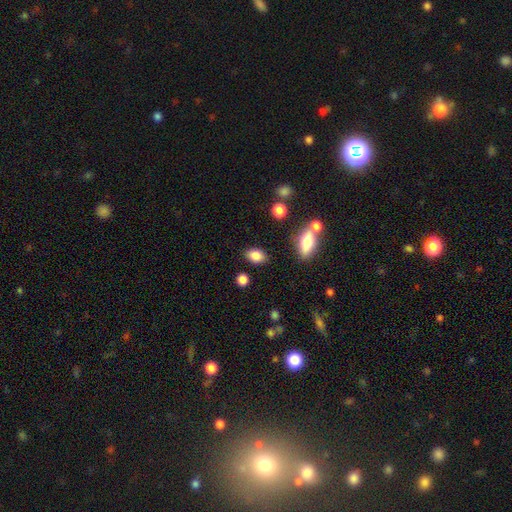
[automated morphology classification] The model was most divided on "how rounded": in between: 82%, round: 16%, cigar-shaped: 2%. More confident: smooth or featured — smooth (84%); merging — none (83%).